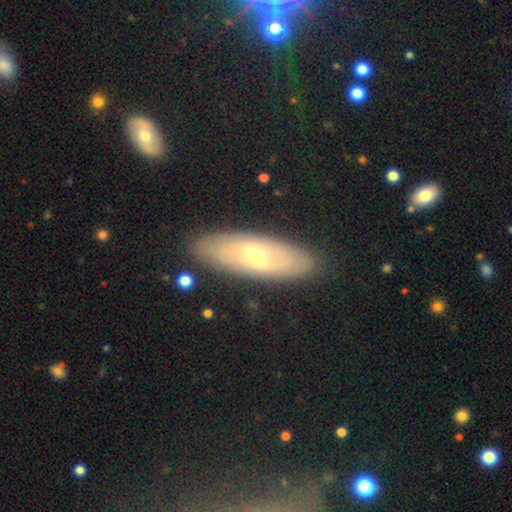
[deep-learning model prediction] Smooth or featured?
  - featured or disk: 58% *
  - smooth: 34%
  - star or artifact: 8%
Edge-on disk?
  - no: 74% *
  - yes: 26%
Merging?
  - none: 87% *
  - minor disturbance: 9%
  - major disturbance: 2%
  - merger: 1%